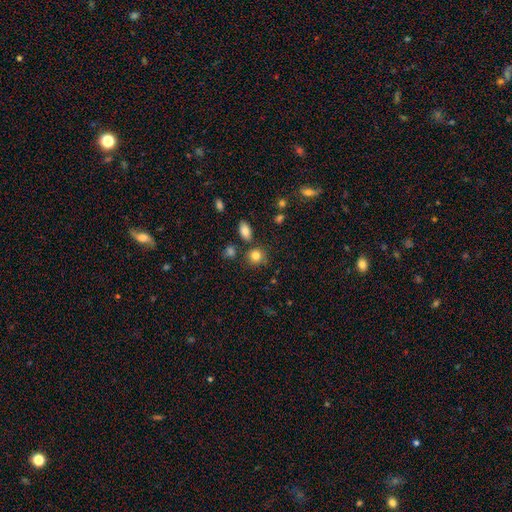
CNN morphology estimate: type=smooth (83%); roundness=round (81%); merging=none (76%).